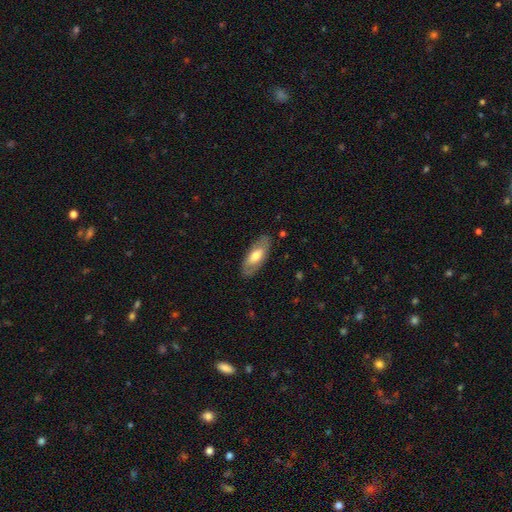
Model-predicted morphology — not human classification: Smooth or featured? Predicted: smooth (p=0.57). How rounded? Predicted: in between (p=0.82). Merging? Predicted: none (p=0.84).